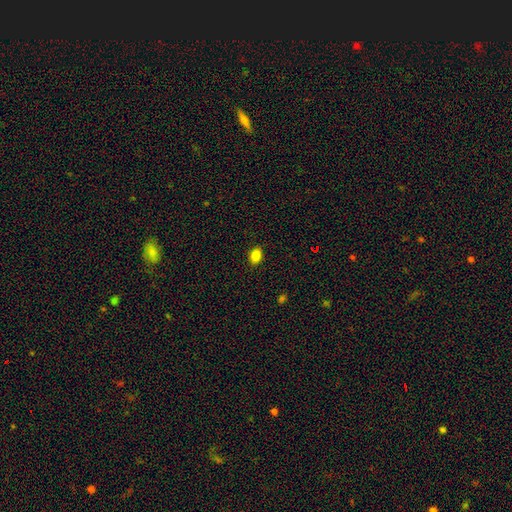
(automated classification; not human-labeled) smooth 86%, star or artifact 10%, featured or disk 4%. Down the decision tree: how rounded — in between (77%); merging — none (88%).